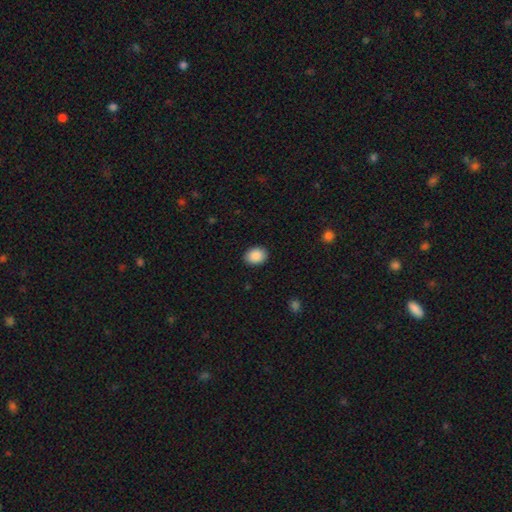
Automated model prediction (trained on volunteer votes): This is clearly a smooth galaxy (90%). How rounded: possibly in between (59%). Merging: clearly none (88%).